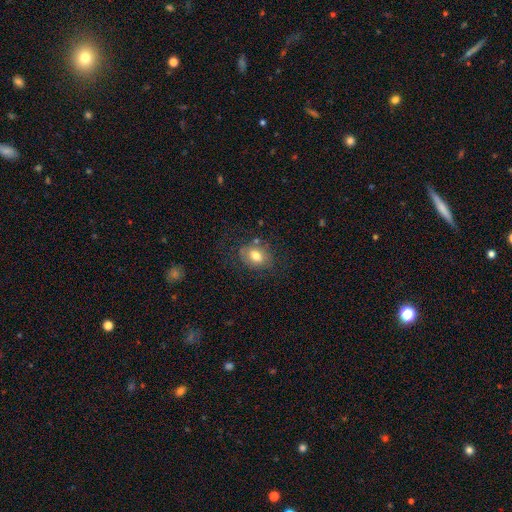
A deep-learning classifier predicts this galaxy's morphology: Q: Smooth or featured?
A: smooth (71%); runner-up: featured or disk (20%)
Q: How rounded?
A: in between (71%); runner-up: round (28%)
Q: Merging?
A: none (70%); runner-up: minor disturbance (18%)